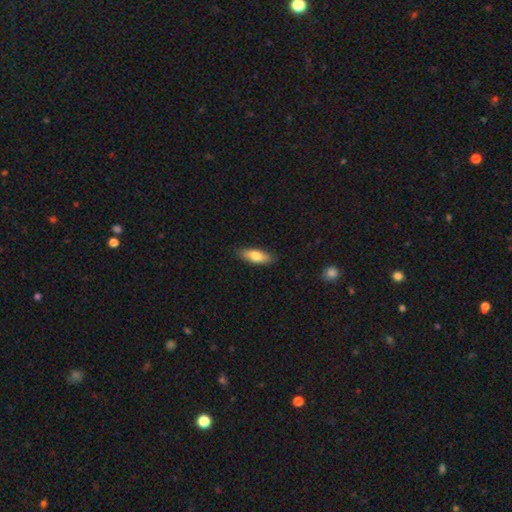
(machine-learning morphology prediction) Smooth or featured: smooth — 75% (featured or disk — 19%)
How rounded: in between — 67% (cigar-shaped — 31%)
Merging: none — 86% (minor disturbance — 11%)